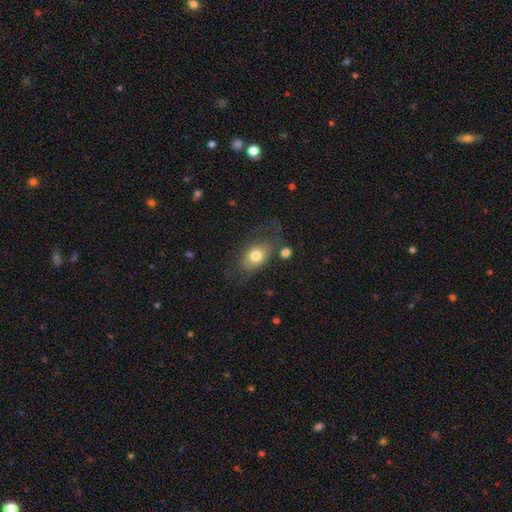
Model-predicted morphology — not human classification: Q: Smooth or featured?
A: smooth (73%); runner-up: featured or disk (19%)
Q: How rounded?
A: in between (77%); runner-up: round (21%)
Q: Merging?
A: none (59%); runner-up: minor disturbance (21%)